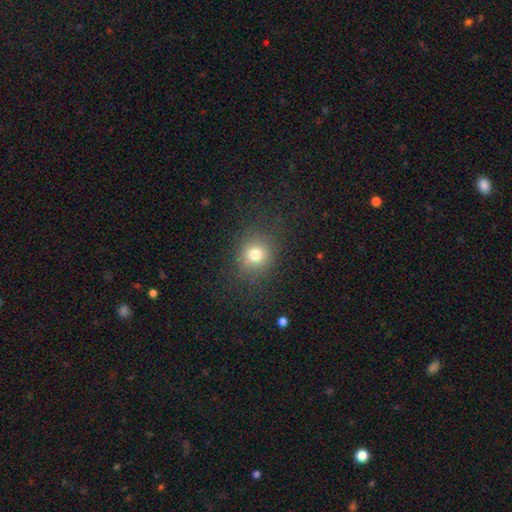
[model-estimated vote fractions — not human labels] Smooth or featured? Predicted: smooth (p=0.68). How rounded? Predicted: round (p=0.75). Merging? Predicted: none (p=0.89).